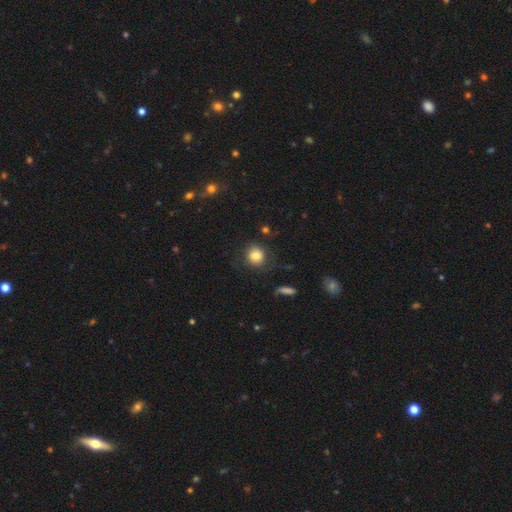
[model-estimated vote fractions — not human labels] Smooth or featured? Predicted: smooth (p=0.81). How rounded? Predicted: round (p=0.78). Merging? Predicted: none (p=0.72).